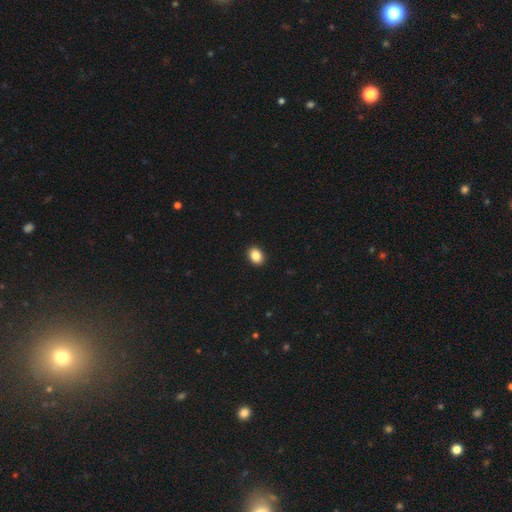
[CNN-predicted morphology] smooth_or_featured: smooth (p=0.87) [alt: star or artifact p=0.09]
how_rounded: in between (p=0.61) [alt: round p=0.38]
merging: none (p=0.92) [alt: minor disturbance p=0.05]